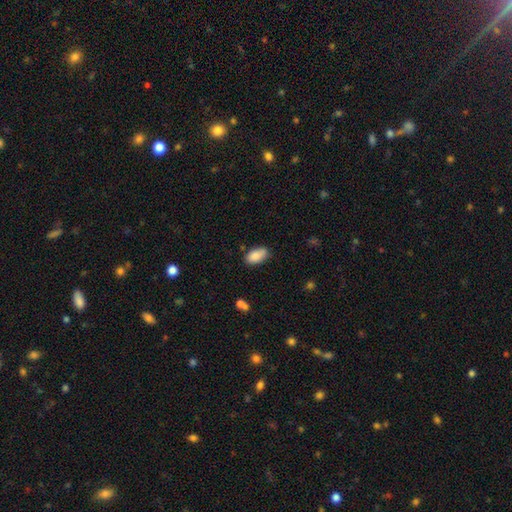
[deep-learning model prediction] A smooth galaxy with no disk features (86%) that is in between round and cigar-shaped (94%).

Vote fractions:
- Smooth or featured? smooth: 86% / star or artifact: 7% / featured or disk: 7%
- How rounded? in between: 94% / round: 4% / cigar-shaped: 2%
- Merging? none: 73% / minor disturbance: 20% / major disturbance: 4% / merger: 3%